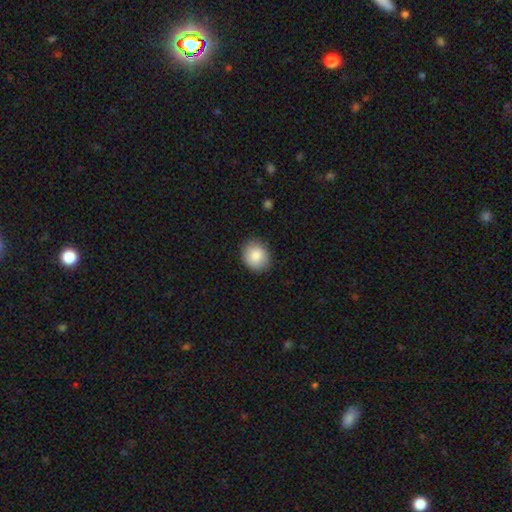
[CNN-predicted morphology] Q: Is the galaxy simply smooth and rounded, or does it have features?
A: smooth — 86%.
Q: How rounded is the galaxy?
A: round — 77%.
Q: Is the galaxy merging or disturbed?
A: none — 88%.